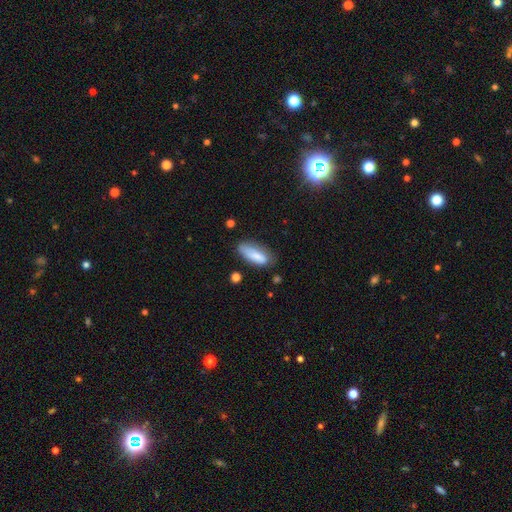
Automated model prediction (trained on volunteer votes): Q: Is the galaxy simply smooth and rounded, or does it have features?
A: smooth — 80%.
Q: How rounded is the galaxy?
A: in between — 72%.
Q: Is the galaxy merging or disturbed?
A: none — 60%.